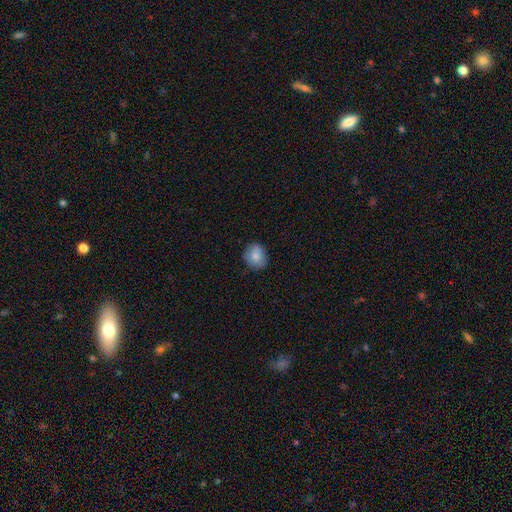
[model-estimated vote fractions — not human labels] Q: Smooth or featured?
A: smooth (83%); runner-up: featured or disk (9%)
Q: How rounded?
A: round (75%); runner-up: in between (24%)
Q: Merging?
A: none (81%); runner-up: minor disturbance (15%)